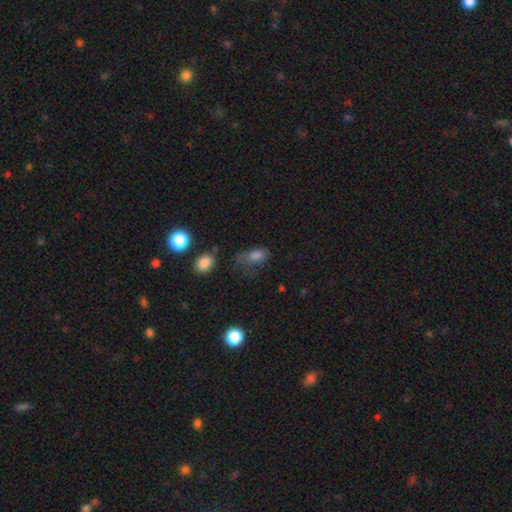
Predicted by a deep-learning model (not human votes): This appears to be a smooth galaxy with no disk features (76%) that is in between round and cigar-shaped (82%). Merging: none (35%).